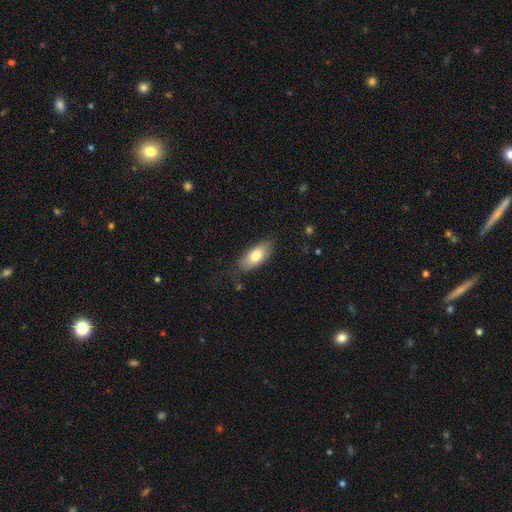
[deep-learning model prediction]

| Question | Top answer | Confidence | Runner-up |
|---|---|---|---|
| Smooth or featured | smooth | 76% | featured or disk (17%) |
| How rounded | in between | 87% | cigar-shaped (10%) |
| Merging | none | 78% | minor disturbance (16%) |